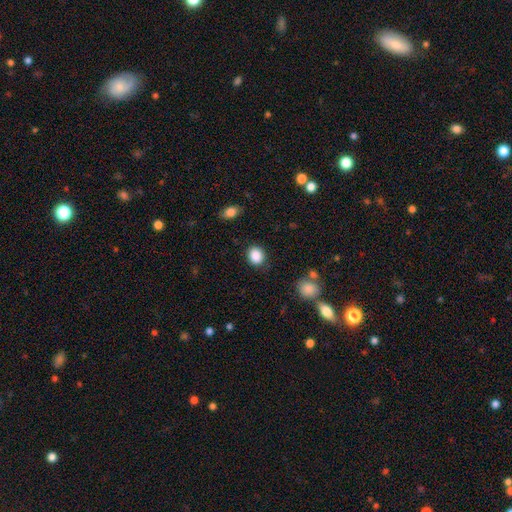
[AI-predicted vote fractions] Smooth or featured: smooth — 88% (star or artifact — 9%)
How rounded: round — 66% (in between — 33%)
Merging: none — 85% (minor disturbance — 10%)